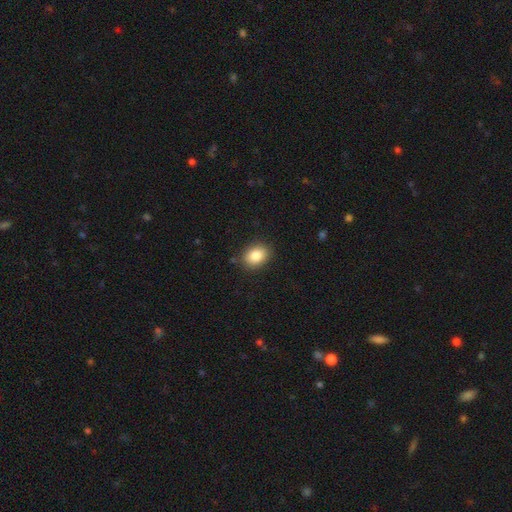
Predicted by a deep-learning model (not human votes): smooth_or_featured: smooth (p=0.85) [alt: star or artifact p=0.09]
how_rounded: in between (p=0.64) [alt: round p=0.35]
merging: none (p=0.87) [alt: minor disturbance p=0.09]